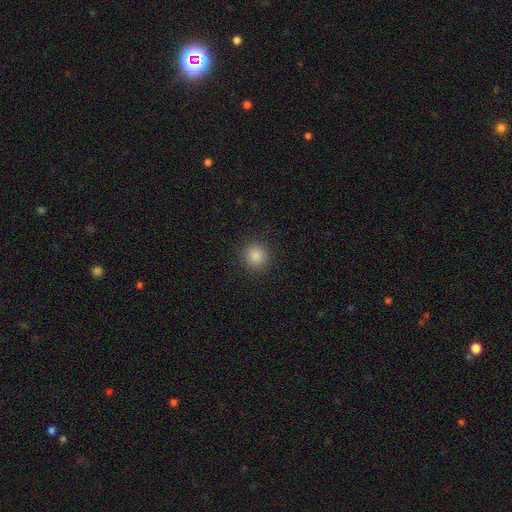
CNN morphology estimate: This appears to be a smooth galaxy with no disk features (86%) that is round (91%). Merging: none (91%).